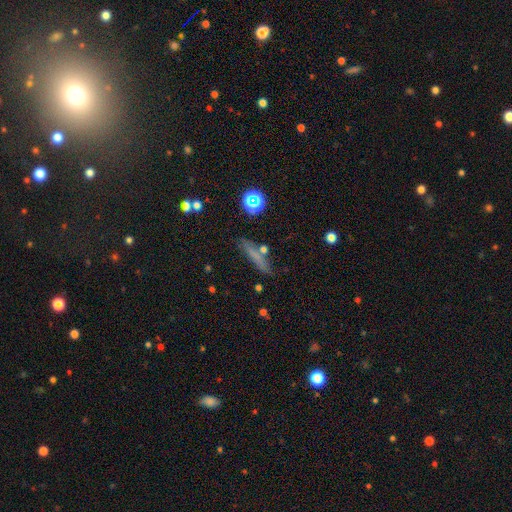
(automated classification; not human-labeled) Morphology: type=smooth (61%); roundness=cigar-shaped (85%); merging=none (78%).